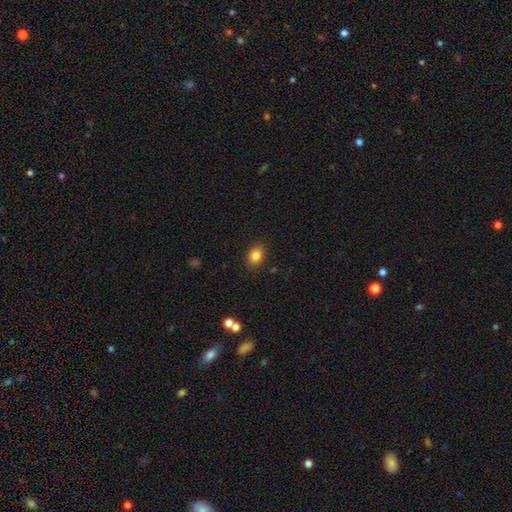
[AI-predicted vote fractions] A smooth galaxy with no disk features (84%) that is in between round and cigar-shaped (69%).

Vote fractions:
- Smooth or featured? smooth: 84% / star or artifact: 10% / featured or disk: 7%
- How rounded? in between: 69% / round: 30% / cigar-shaped: 1%
- Merging? none: 84% / minor disturbance: 11% / major disturbance: 3% / merger: 2%